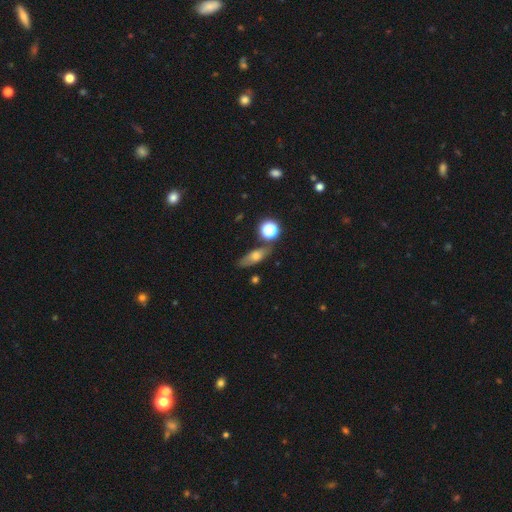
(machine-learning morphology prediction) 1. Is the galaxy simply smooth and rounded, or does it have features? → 61% smooth, 26% featured or disk, 14% star or artifact.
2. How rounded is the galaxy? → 58% in between, 31% cigar-shaped, 12% round.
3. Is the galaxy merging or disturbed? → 74% none, 15% minor disturbance, 7% merger, 4% major disturbance.